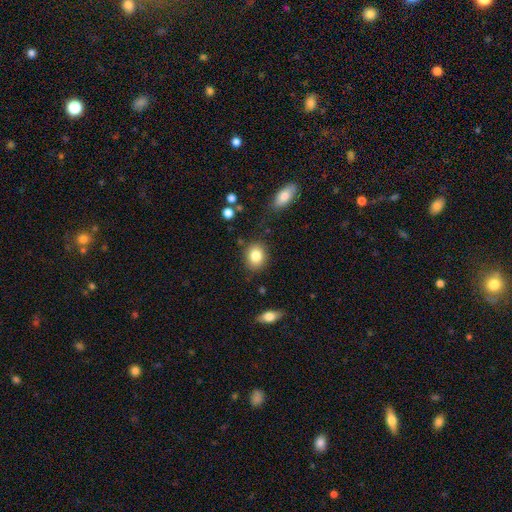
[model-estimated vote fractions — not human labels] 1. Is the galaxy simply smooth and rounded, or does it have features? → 83% smooth, 9% star or artifact, 8% featured or disk.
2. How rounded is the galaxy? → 54% round, 45% in between, 1% cigar-shaped.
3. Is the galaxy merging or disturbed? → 84% none, 11% minor disturbance, 3% major disturbance, 3% merger.